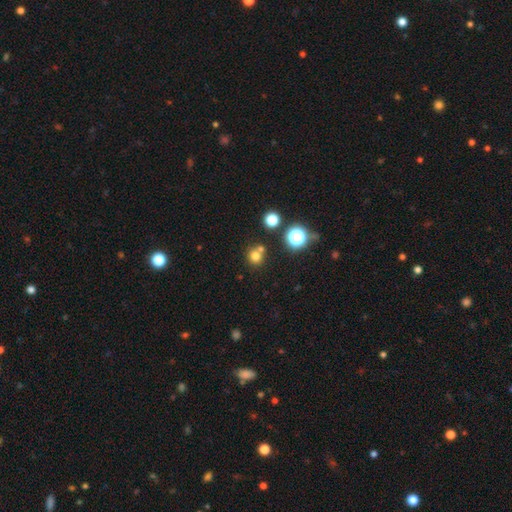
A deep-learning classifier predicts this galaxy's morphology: The model was most divided on "merging": none: 64%, merger: 26%, minor disturbance: 8%, major disturbance: 3%. More confident: how rounded — round (89%); smooth or featured — smooth (73%).